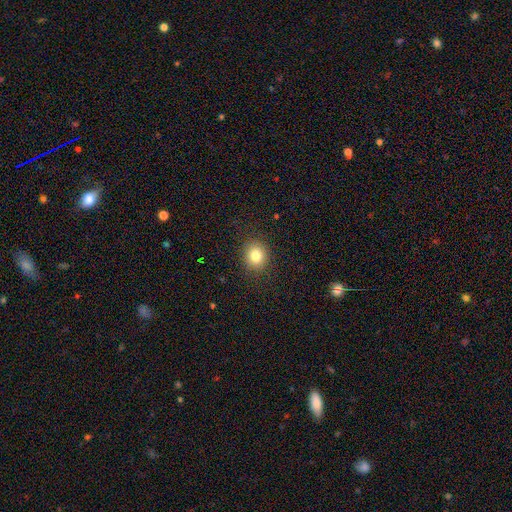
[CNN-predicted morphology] A smooth galaxy with no disk features (81%) that is round (76%). Merging: none (89%).